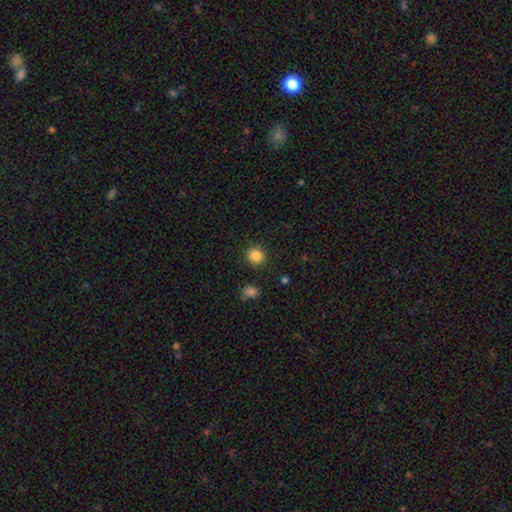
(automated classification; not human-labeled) Q: Smooth or featured?
A: smooth (85%); runner-up: star or artifact (11%)
Q: How rounded?
A: round (91%); runner-up: in between (8%)
Q: Merging?
A: none (91%); runner-up: minor disturbance (6%)